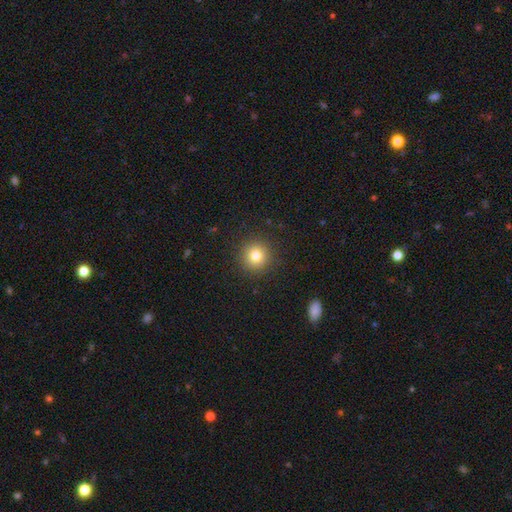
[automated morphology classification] Smooth or featured? smooth (79%)
How rounded? round (94%)
Merging? none (91%)